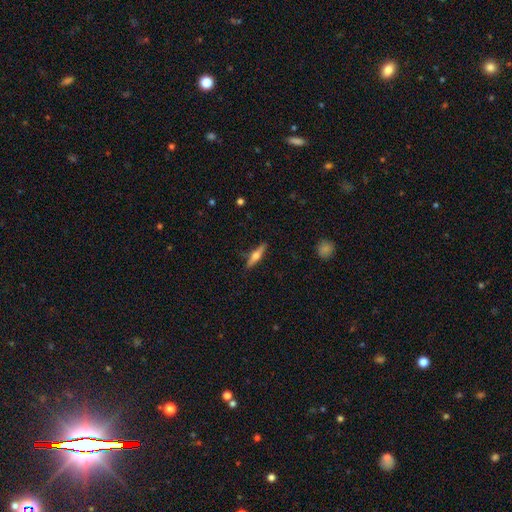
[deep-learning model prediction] smooth-or-featured: featured or disk: 61% | smooth: 33% | star or artifact: 6%
  disk-edge-on: yes: 97% | no: 3%
    edge-on-bulge: rounded: 93% | boxy: 4% | none: 3%
  merging: none: 88% | minor disturbance: 8% | major disturbance: 2% | merger: 1%